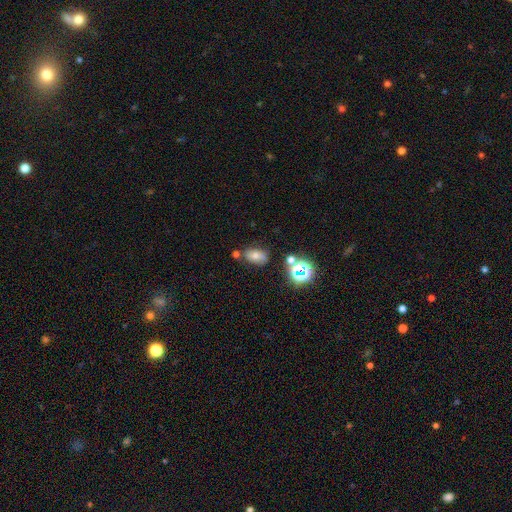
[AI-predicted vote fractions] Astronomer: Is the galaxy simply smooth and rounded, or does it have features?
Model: smooth — 62%.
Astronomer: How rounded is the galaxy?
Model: in between — 82%.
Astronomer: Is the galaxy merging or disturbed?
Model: none — 68%.